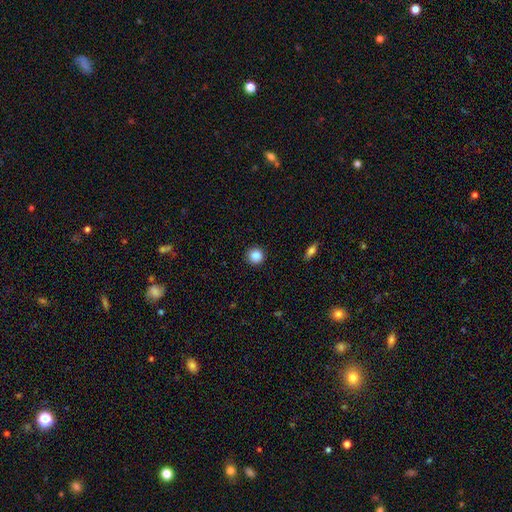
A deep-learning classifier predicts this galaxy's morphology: smooth 87%, star or artifact 9%, featured or disk 3%. Down the decision tree: how rounded — round (94%); merging — none (92%).